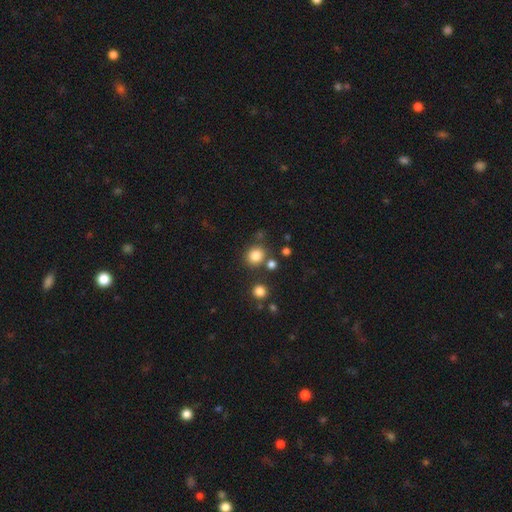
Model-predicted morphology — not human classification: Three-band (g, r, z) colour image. It shows a smooth galaxy with no disk features (82%) that is round (83%). Merging: none (78%).